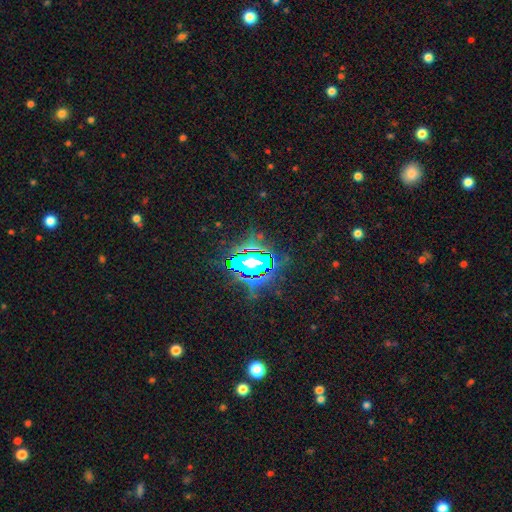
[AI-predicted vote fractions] star or artifact 86%, smooth 8%, featured or disk 6%.